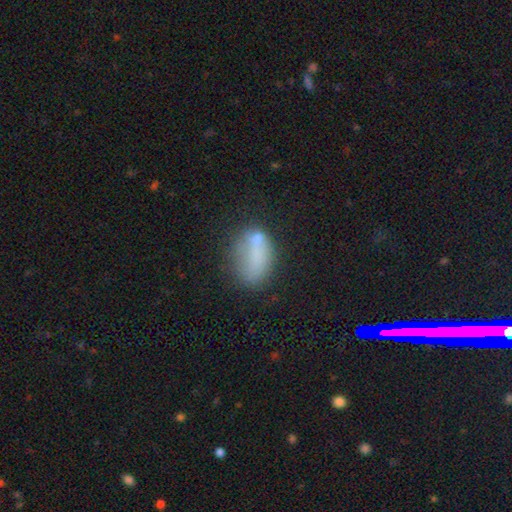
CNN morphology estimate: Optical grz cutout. It shows a smooth galaxy with no disk features (67%) that is in between round and cigar-shaped (85%). Merging: none (42%).